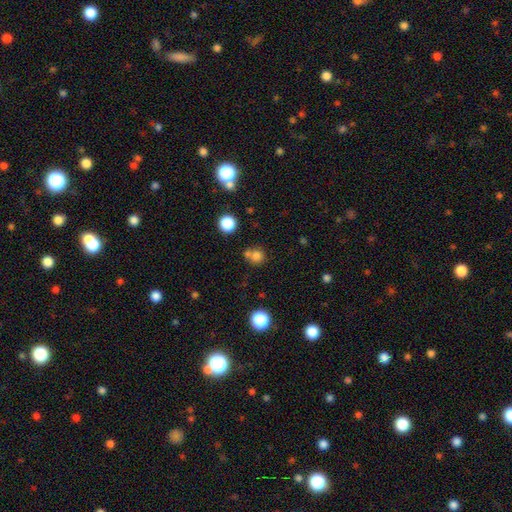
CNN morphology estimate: Smooth or featured: smooth — 75% (star or artifact — 16%)
How rounded: round — 88% (in between — 11%)
Merging: none — 56% (merger — 31%)